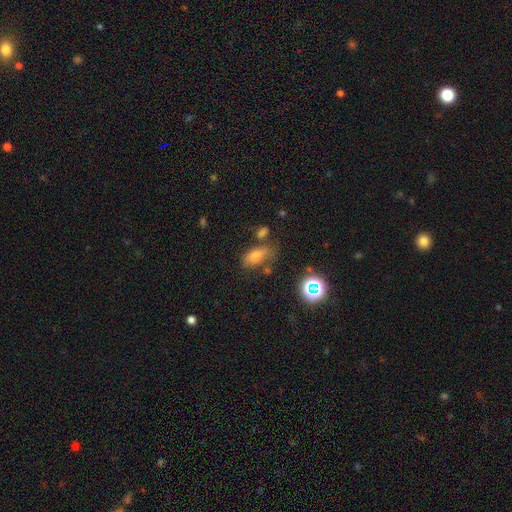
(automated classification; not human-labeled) Q: Smooth or featured?
A: smooth (67%); runner-up: star or artifact (20%)
Q: How rounded?
A: in between (80%); runner-up: cigar-shaped (10%)
Q: Merging?
A: none (60%); runner-up: minor disturbance (21%)